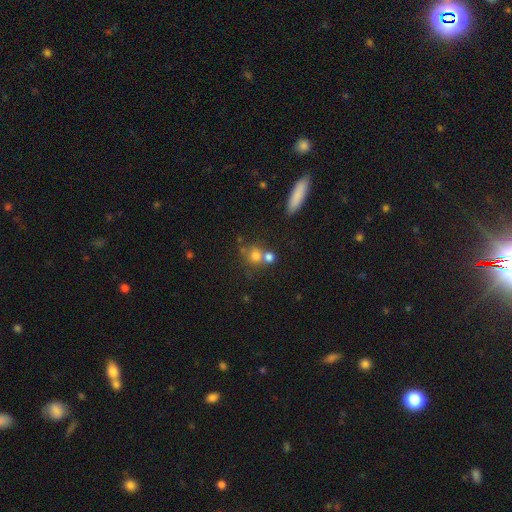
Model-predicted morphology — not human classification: Smooth or featured? Predicted: smooth (p=0.73). How rounded? Predicted: round (p=0.80). Merging? Predicted: none (p=0.45).